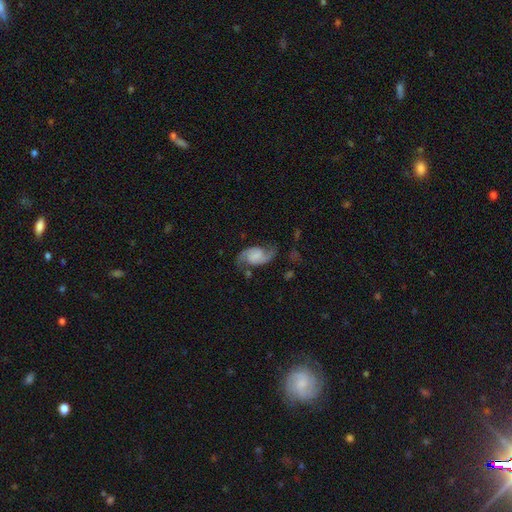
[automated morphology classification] smooth_or_featured: featured or disk (p=0.85) [alt: smooth p=0.09]
disk_edge_on: no (p=0.98) [alt: yes p=0.02]
bar: no (p=0.49) [alt: weak p=0.39]
has_spiral_arms: yes (p=0.97) [alt: no p=0.03]
spiral_winding: loose (p=0.47) [alt: medium p=0.42]
spiral_arm_count: 2 (p=0.93) [alt: can't tell p=0.02]
bulge_size: none (p=0.46) [alt: small p=0.25]
merging: none (p=0.70) [alt: minor disturbance p=0.18]